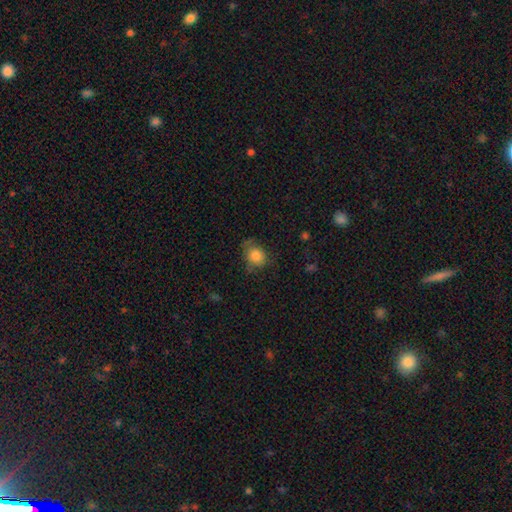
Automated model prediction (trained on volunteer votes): smooth 82%, star or artifact 9%, featured or disk 9%. Down the decision tree: how rounded — round (61%); merging — none (62%).